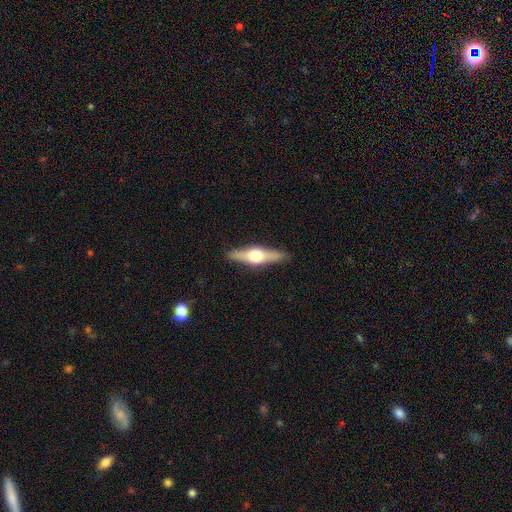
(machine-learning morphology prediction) Smooth or featured? Predicted: featured or disk (p=0.66). Edge-on disk? Predicted: yes (p=0.96). Edge-on bulge? Predicted: rounded (p=0.95). Merging? Predicted: none (p=0.89).